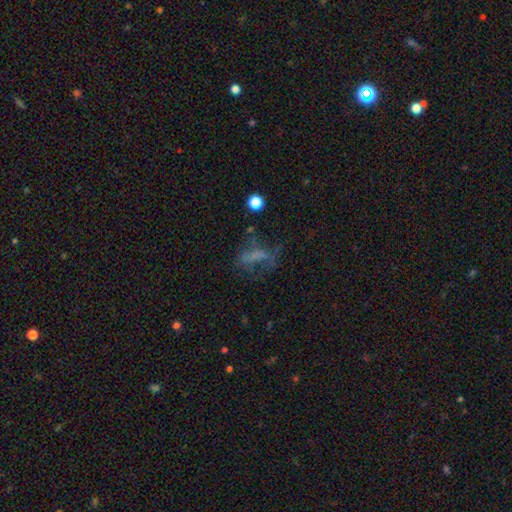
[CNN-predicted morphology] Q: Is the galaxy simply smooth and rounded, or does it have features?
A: smooth — 39%.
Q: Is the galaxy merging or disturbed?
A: none — 42%.